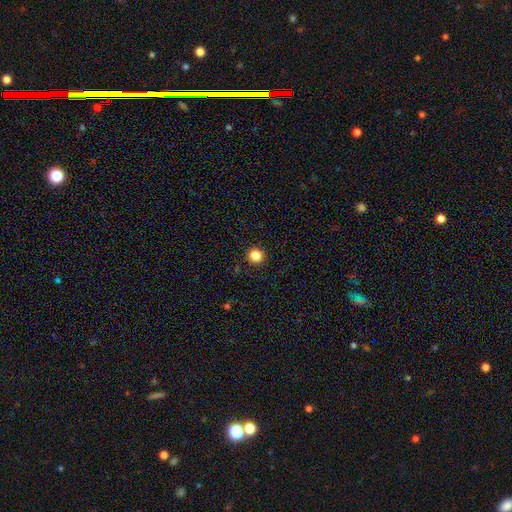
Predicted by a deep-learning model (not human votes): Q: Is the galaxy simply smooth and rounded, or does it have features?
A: smooth — 84%.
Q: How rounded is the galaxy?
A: round — 93%.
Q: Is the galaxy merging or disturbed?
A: none — 92%.